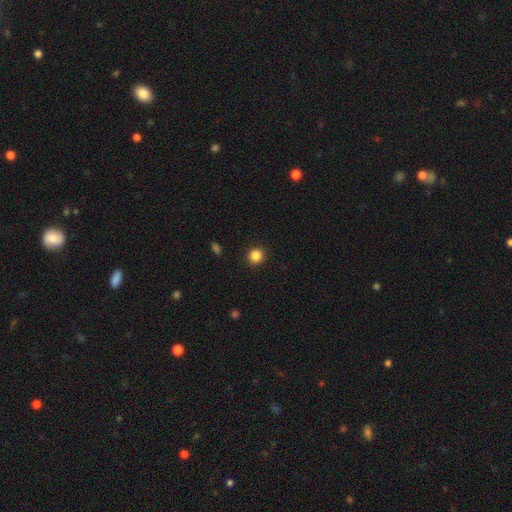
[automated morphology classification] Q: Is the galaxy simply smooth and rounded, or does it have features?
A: smooth — 85%.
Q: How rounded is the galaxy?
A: round — 93%.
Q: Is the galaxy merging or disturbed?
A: none — 92%.